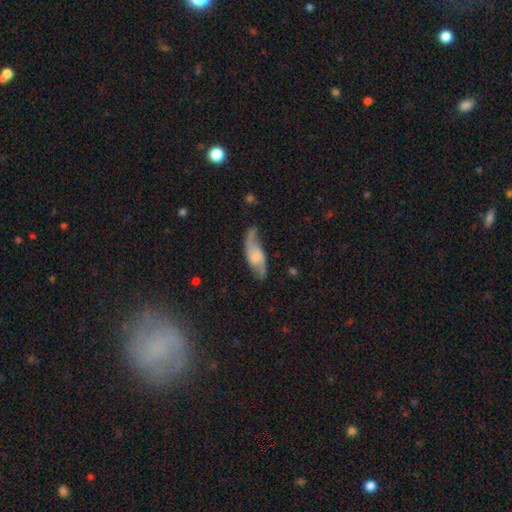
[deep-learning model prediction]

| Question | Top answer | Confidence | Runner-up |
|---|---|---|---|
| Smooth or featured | featured or disk | 70% | smooth (24%) |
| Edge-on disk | no | 88% | yes (12%) |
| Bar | no | 50% | weak (40%) |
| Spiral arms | yes | 92% | no (8%) |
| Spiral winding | loose | 67% | medium (25%) |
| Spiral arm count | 2 | 88% | 1 (5%) |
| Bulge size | moderate | 32% | small (30%) |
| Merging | none | 62% | minor disturbance (23%) |